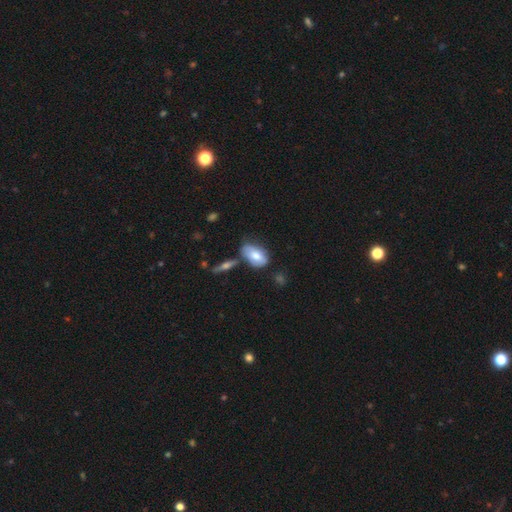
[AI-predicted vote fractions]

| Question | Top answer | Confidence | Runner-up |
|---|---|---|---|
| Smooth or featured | smooth | 69% | featured or disk (24%) |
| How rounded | in between | 91% | round (6%) |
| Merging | none | 45% | minor disturbance (30%) |